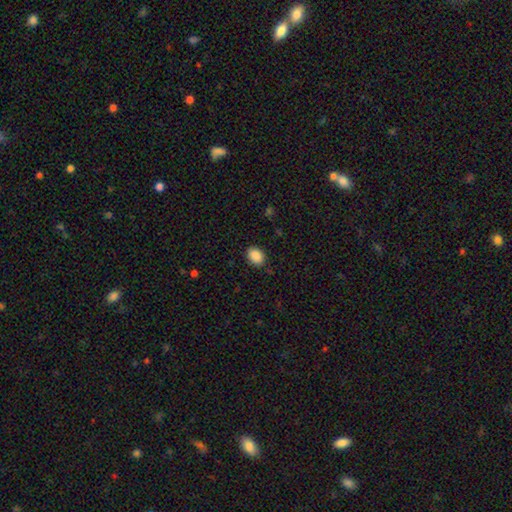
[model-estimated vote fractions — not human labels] Morphology: type=smooth (89%); roundness=in between (70%); merging=none (88%).